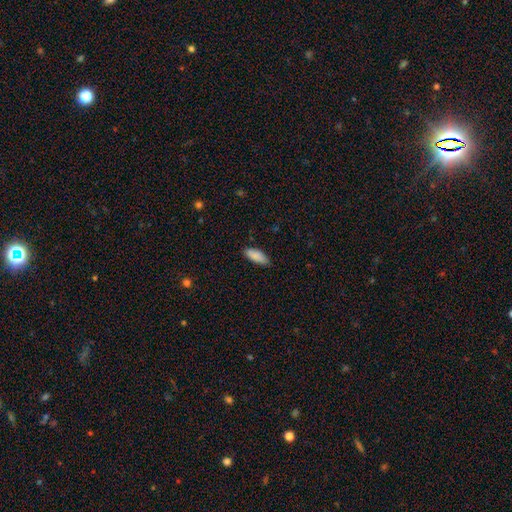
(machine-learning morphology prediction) smooth 88%, star or artifact 6%, featured or disk 6%. Down the decision tree: how rounded — in between (74%); merging — none (81%).